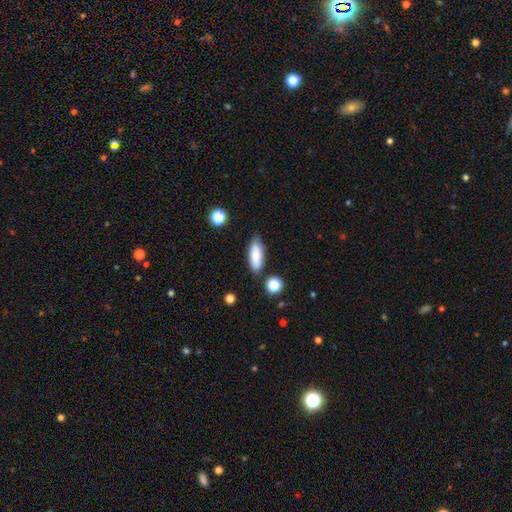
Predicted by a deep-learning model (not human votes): Overall: smooth (84%). How rounded: in between (68%; cigar-shaped 30%). Merging: none (81%).